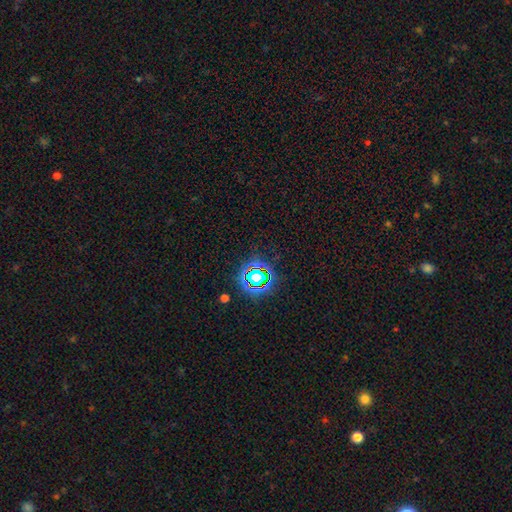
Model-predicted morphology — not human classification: Smooth or featured: star or artifact — 77% (smooth — 15%)